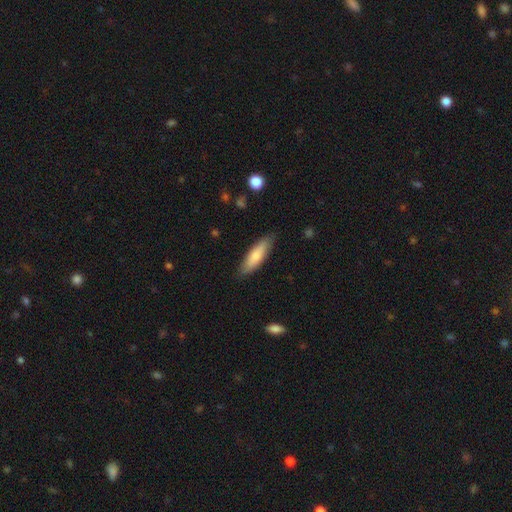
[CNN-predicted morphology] Smooth or featured: smooth — 73% (featured or disk — 22%)
How rounded: cigar-shaped — 58% (in between — 40%)
Merging: none — 84% (minor disturbance — 12%)